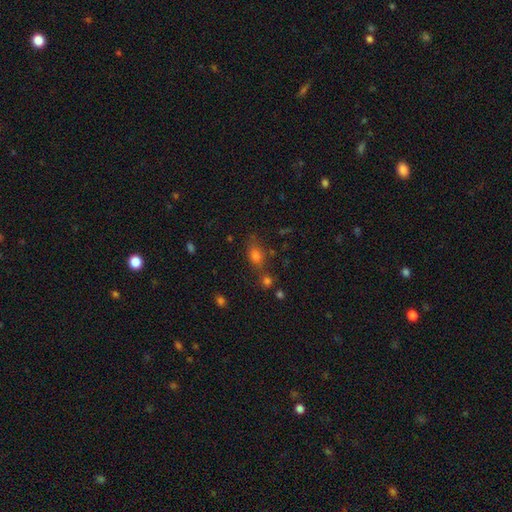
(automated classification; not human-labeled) The model was most divided on "how rounded": in between: 58%, round: 38%, cigar-shaped: 4%. More confident: smooth or featured — smooth (68%); merging — none (63%).